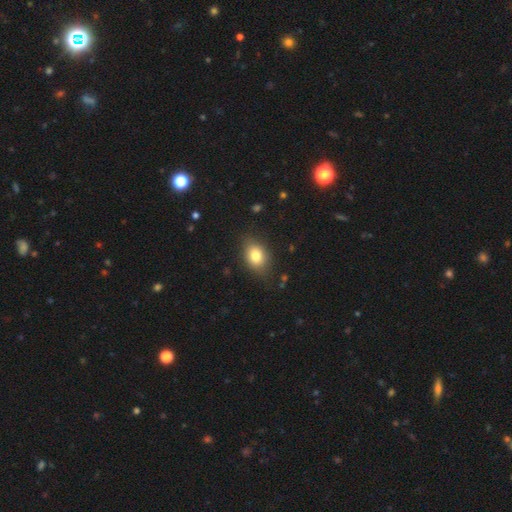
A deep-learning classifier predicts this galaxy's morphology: smooth-or-featured: smooth: 80% | featured or disk: 10% | star or artifact: 10%
  how-rounded: in between: 71% | round: 28% | cigar-shaped: 1%
  merging: none: 80% | minor disturbance: 15% | major disturbance: 4% | merger: 1%